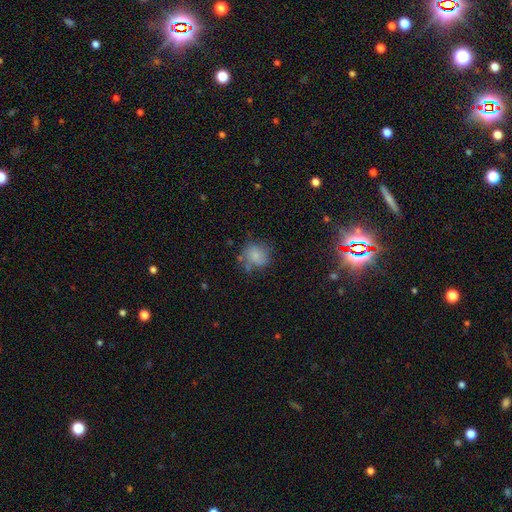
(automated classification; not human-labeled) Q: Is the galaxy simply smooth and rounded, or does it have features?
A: smooth — 72%.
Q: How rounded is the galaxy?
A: round — 73%.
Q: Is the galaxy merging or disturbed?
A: none — 53%.